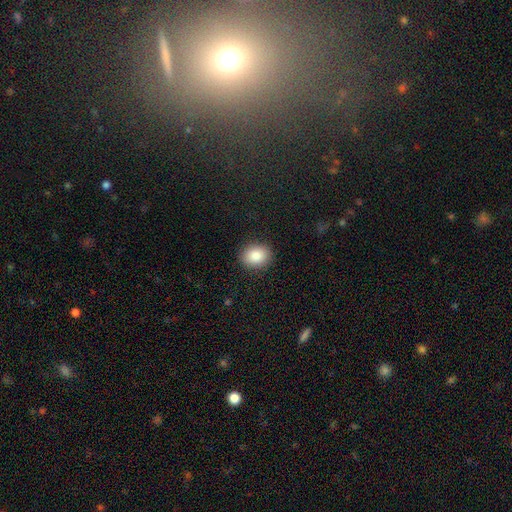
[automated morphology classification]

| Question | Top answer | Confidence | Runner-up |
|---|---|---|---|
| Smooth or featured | smooth | 87% | star or artifact (8%) |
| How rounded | round | 55% | in between (44%) |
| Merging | none | 89% | minor disturbance (8%) |